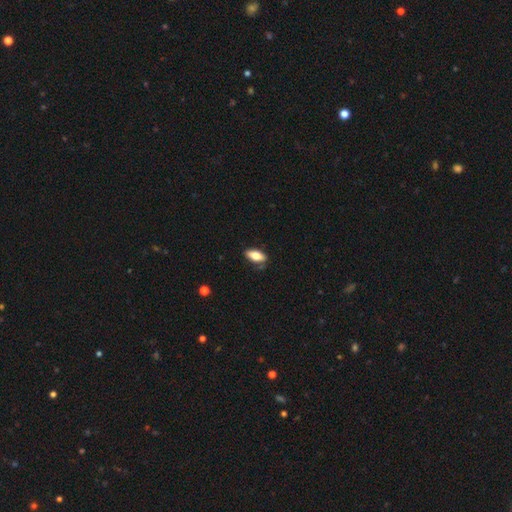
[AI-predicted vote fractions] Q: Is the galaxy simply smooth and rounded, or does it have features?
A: smooth — 75%.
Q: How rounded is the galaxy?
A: in between — 84%.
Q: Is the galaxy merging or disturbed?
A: none — 81%.